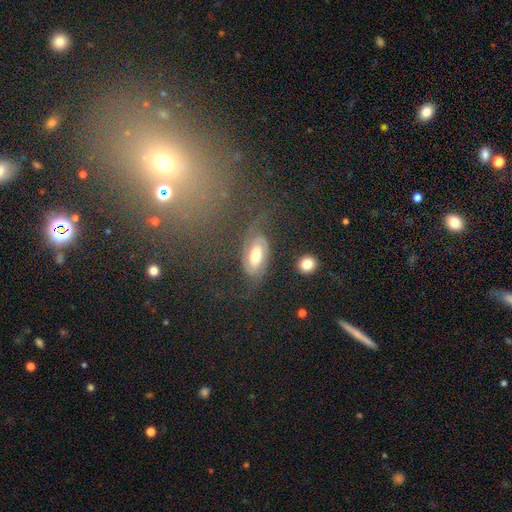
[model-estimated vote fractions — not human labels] Smooth or featured?
  - featured or disk: 70% *
  - smooth: 21%
  - star or artifact: 9%
Edge-on disk?
  - no: 94% *
  - yes: 6%
Bar?
  - no: 49% *
  - weak: 36%
  - strong: 15%
Spiral arms?
  - yes: 88% *
  - no: 12%
Spiral winding?
  - tight: 42% *
  - medium: 40%
  - loose: 19%
Spiral arm count?
  - 2: 81% *
  - can't tell: 10%
  - 1: 3%
  - 3: 2%
  - 4: 2%
  - more than 4: 2%
Bulge size?
  - moderate: 68% *
  - large: 16%
  - small: 13%
  - dominant: 2%
  - none: 1%
Merging?
  - none: 65% *
  - minor disturbance: 17%
  - major disturbance: 15%
  - merger: 3%